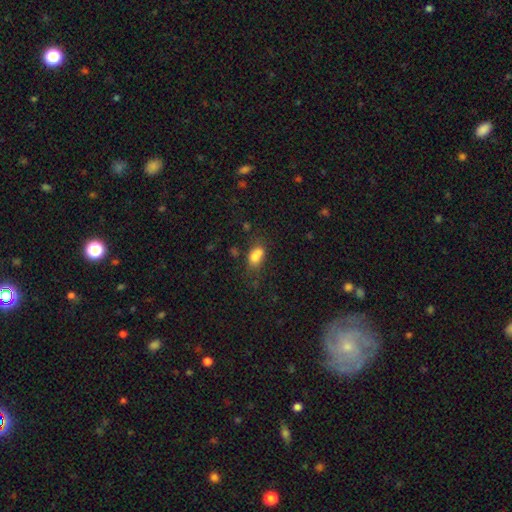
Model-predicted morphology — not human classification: Smooth or featured? Predicted: smooth (p=0.74). How rounded? Predicted: in between (p=0.76). Merging? Predicted: none (p=0.35).